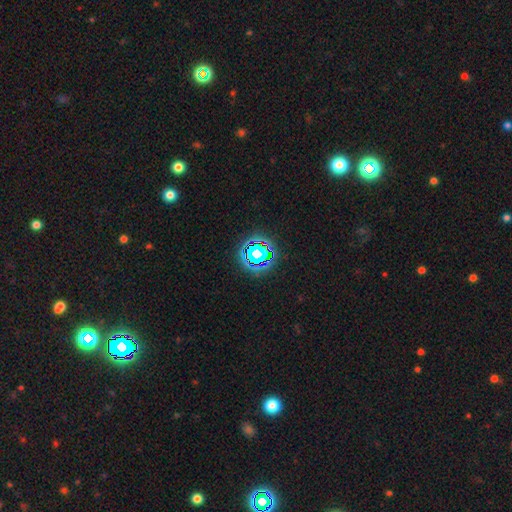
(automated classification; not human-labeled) Overall: star or artifact (72%).